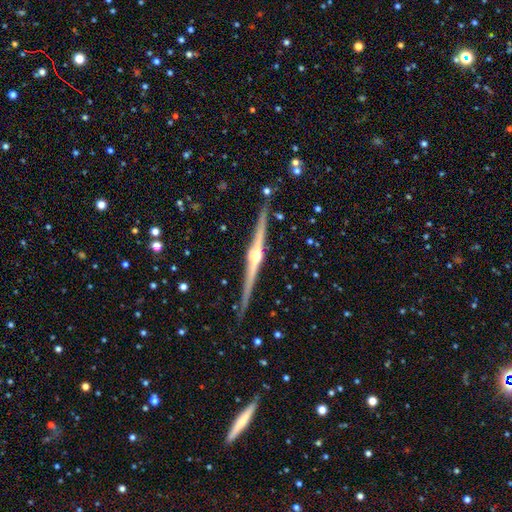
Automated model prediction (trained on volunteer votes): smooth_or_featured: featured or disk (p=0.88) [alt: smooth p=0.07]
disk_edge_on: yes (p=0.99) [alt: no p=0.01]
edge_on_bulge: rounded (p=0.93) [alt: boxy p=0.04]
merging: none (p=0.87) [alt: minor disturbance p=0.09]